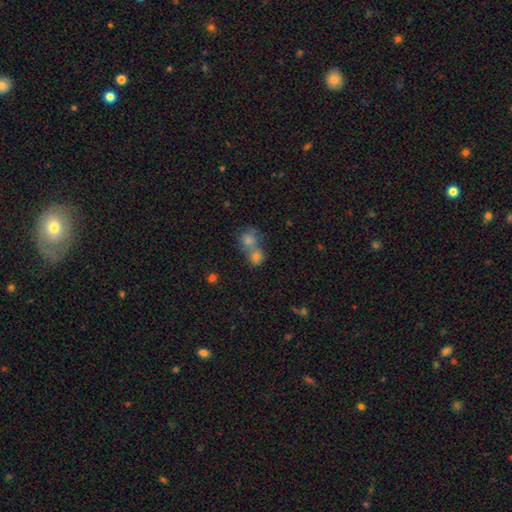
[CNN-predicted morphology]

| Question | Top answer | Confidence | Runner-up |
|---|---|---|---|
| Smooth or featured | smooth | 68% | star or artifact (19%) |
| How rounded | round | 72% | in between (26%) |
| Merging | merger | 60% | none (31%) |